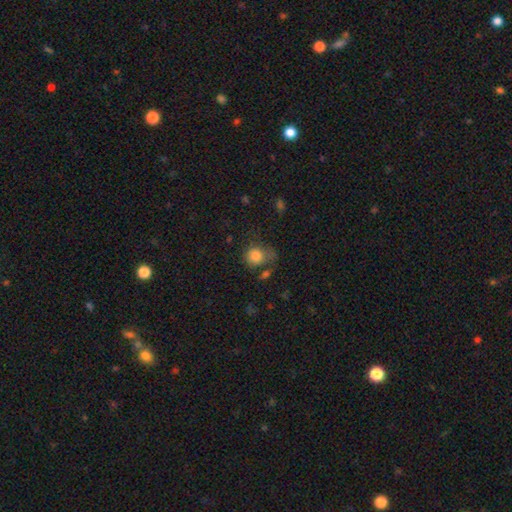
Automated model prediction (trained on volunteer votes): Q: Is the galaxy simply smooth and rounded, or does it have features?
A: smooth — 82%.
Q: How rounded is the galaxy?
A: round — 74%.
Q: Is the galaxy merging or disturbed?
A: none — 41%.